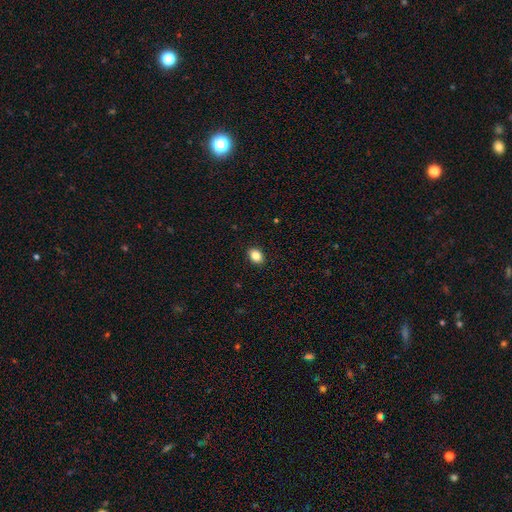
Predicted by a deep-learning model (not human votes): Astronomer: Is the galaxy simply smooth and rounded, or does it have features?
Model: smooth — 85%.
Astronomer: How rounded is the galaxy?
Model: in between — 68%.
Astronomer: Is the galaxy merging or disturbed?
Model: none — 91%.